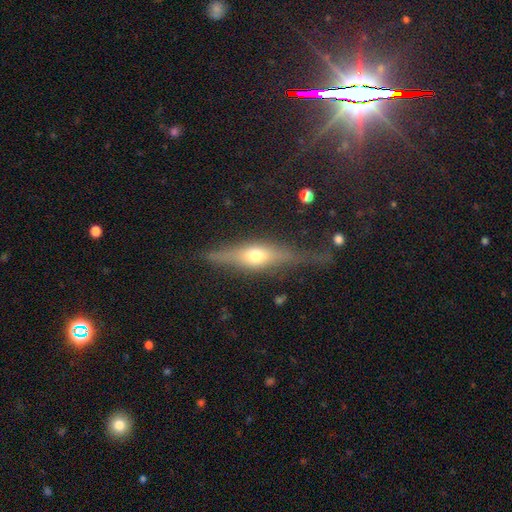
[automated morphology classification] Overall: featured or disk (62%; smooth 30%). Edge-on disk: yes (90%). Edge-on bulge: rounded (89%). Merging: none (73%).